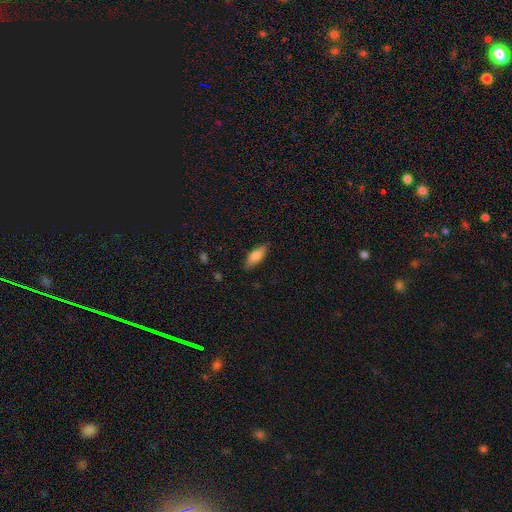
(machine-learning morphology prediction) Smooth or featured: smooth — 76% (featured or disk — 17%)
How rounded: in between — 71% (cigar-shaped — 27%)
Merging: none — 83% (minor disturbance — 13%)